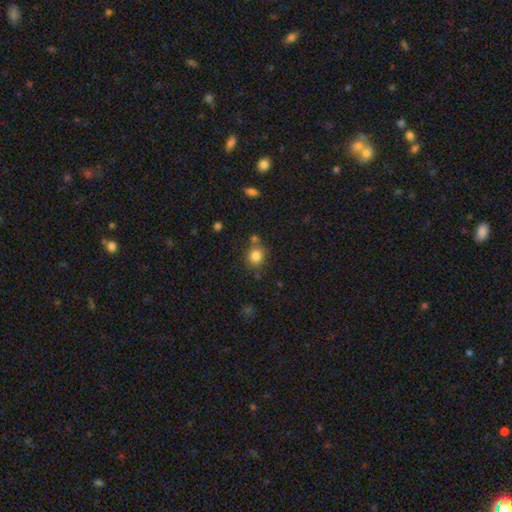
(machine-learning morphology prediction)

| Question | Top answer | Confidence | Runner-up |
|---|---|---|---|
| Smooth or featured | smooth | 82% | star or artifact (11%) |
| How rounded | round | 81% | in between (18%) |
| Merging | none | 70% | merger (14%) |